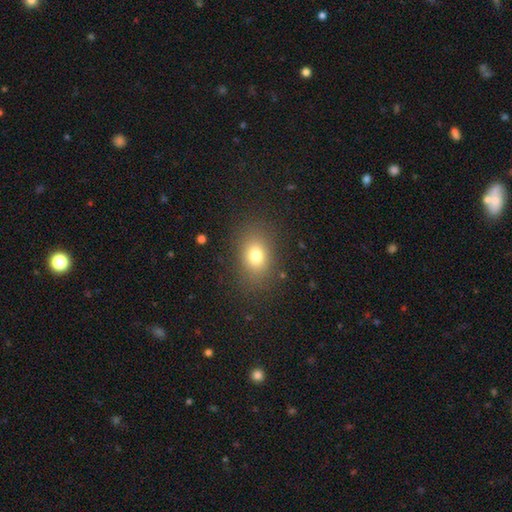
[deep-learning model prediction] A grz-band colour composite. It shows a smooth galaxy with no disk features (76%) that is in between round and cigar-shaped (68%). Merging: none (83%).